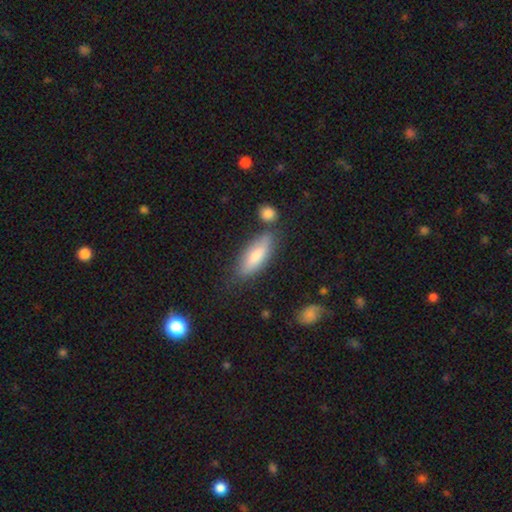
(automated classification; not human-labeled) A smooth galaxy with no disk features (71%) that is in between round and cigar-shaped (54%). Merging: none (73%).